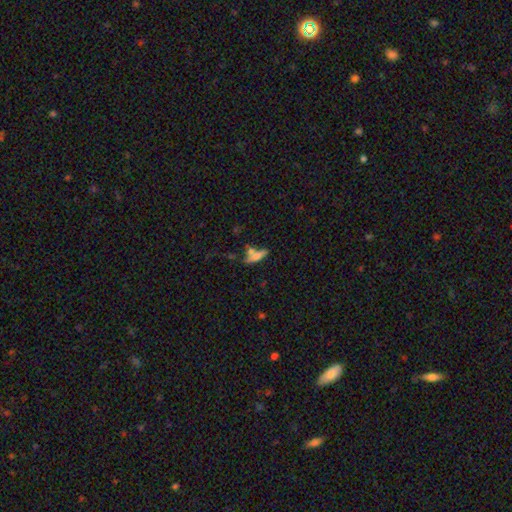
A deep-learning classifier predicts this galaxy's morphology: Smooth or featured: smooth — 60% (featured or disk — 30%)
How rounded: cigar-shaped — 64% (in between — 33%)
Merging: none — 47% (merger — 31%)